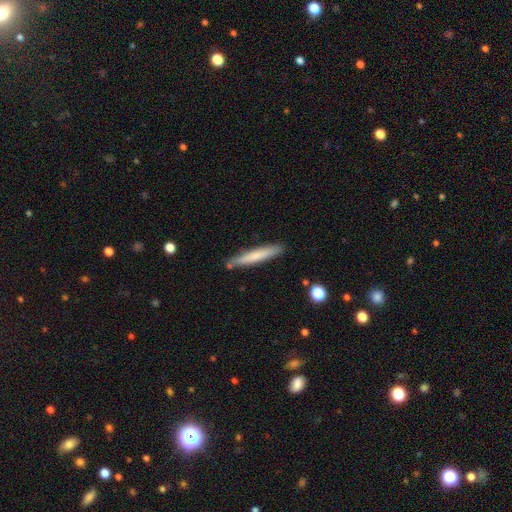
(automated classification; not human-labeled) This appears to be a smooth galaxy with no disk features (69%) that is cigar-shaped (94%). Merging: none (84%).